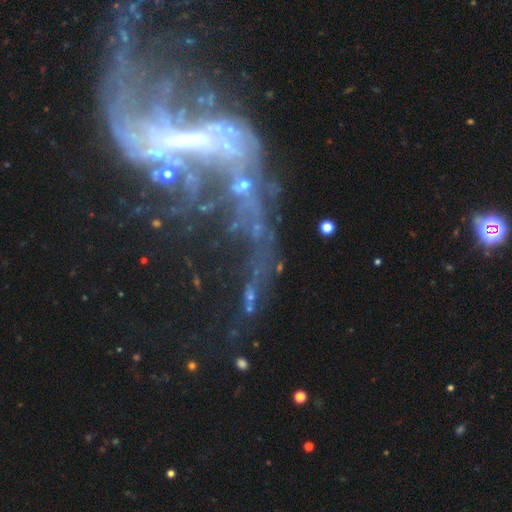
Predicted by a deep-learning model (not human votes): featured or disk 58%, star or artifact 28%, smooth 14%. Down the decision tree: edge-on disk — no (89%); bar — no (59%); spiral arms — yes (57%); bulge size — small (40%); merging — major disturbance (33%).